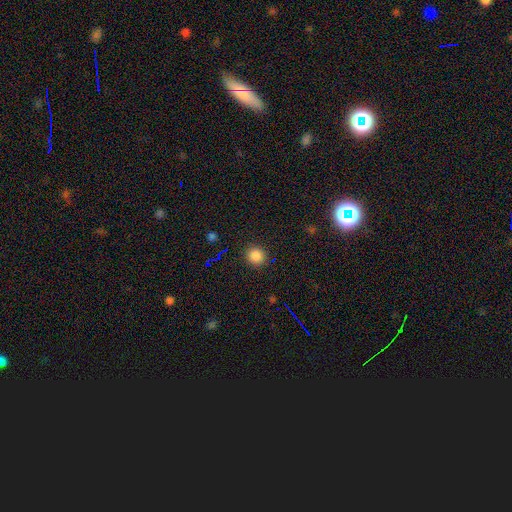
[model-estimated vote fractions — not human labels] The model was most divided on "smooth or featured": smooth: 85%, star or artifact: 12%, featured or disk: 4%. More confident: merging — none (91%); how rounded — round (88%).